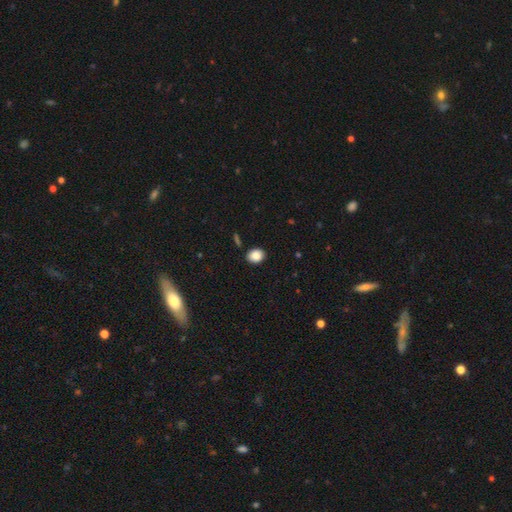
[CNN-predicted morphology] smooth-or-featured: smooth: 87% | star or artifact: 9% | featured or disk: 5%
  how-rounded: in between: 53% | round: 46% | cigar-shaped: 1%
  merging: none: 87% | minor disturbance: 9% | major disturbance: 2% | merger: 2%